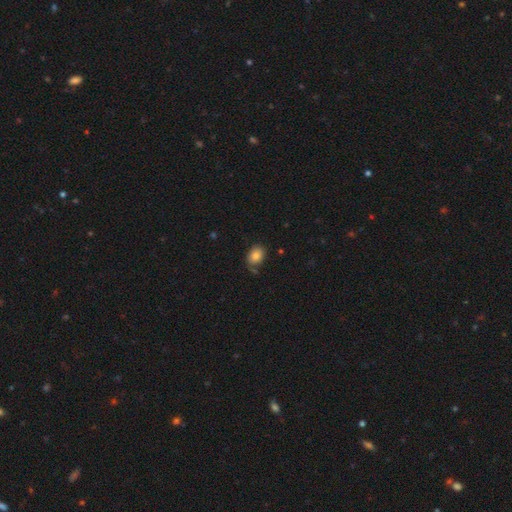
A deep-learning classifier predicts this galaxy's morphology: This is clearly a smooth galaxy (83%). How rounded: likely in between (73%). Merging: likely none (70%).